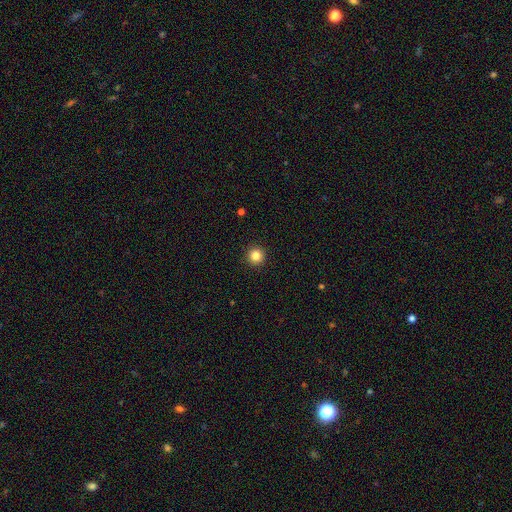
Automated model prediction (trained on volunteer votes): Morphology: type=smooth (84%); roundness=round (96%); merging=none (93%).